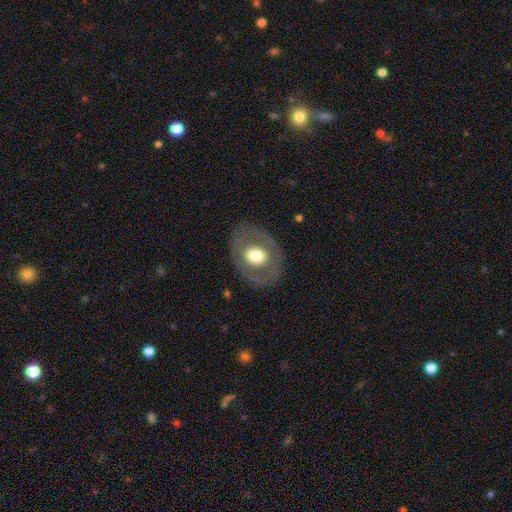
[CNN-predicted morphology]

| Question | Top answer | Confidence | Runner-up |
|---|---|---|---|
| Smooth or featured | smooth | 50% | featured or disk (43%) |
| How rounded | in between | 57% | round (43%) |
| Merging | none | 80% | minor disturbance (12%) |